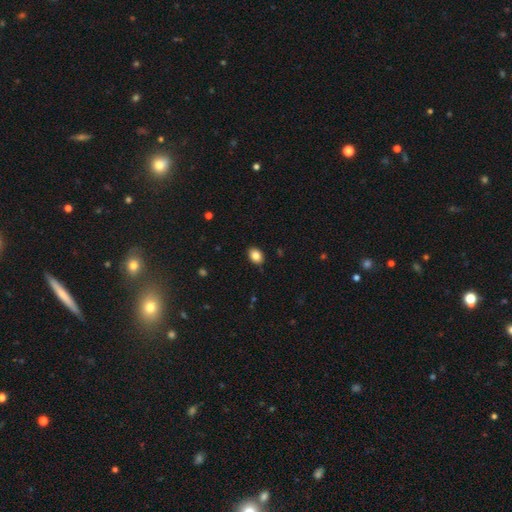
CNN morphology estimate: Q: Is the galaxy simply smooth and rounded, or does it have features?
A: smooth — 85%.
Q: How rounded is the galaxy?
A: in between — 71%.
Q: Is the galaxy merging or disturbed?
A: none — 87%.